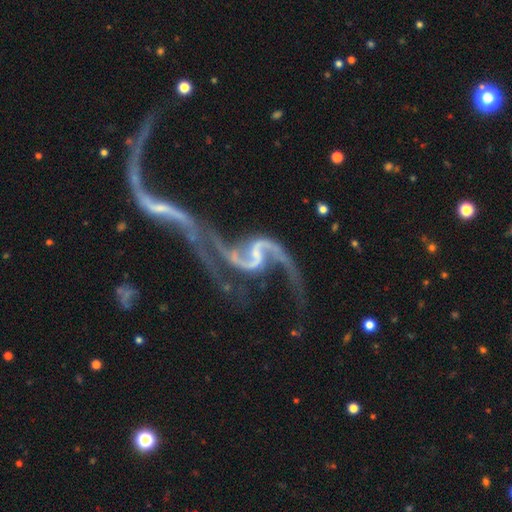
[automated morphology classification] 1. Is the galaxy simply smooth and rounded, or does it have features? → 92% featured or disk, 5% star or artifact, 3% smooth.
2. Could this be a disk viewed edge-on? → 97% no, 3% yes.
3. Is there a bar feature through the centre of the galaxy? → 45% weak, 28% no, 27% strong.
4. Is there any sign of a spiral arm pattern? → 96% yes, 4% no.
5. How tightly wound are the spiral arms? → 79% loose, 17% medium, 4% tight.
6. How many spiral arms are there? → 90% 2, 3% 1, 2% can't tell, 2% 3, 1% 4, 1% more than 4.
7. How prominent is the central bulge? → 46% small, 37% none, 14% moderate, 2% large, 1% dominant.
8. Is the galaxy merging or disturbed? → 50% merger, 20% none, 20% major disturbance, 10% minor disturbance.